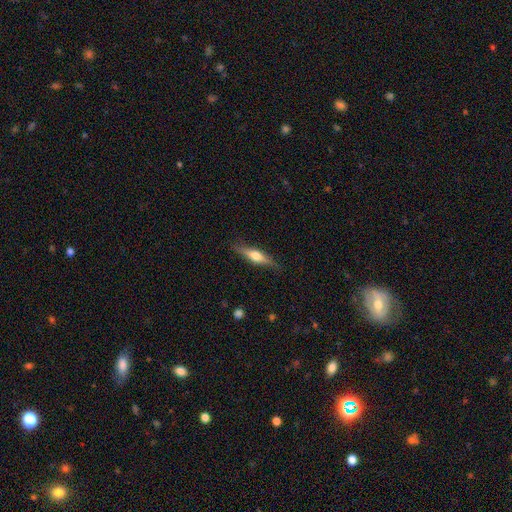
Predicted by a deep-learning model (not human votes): The model was most divided on "smooth or featured": featured or disk: 56%, smooth: 38%, star or artifact: 6%. More confident: edge-on disk — yes (95%); edge-on bulge — rounded (90%); merging — none (85%).